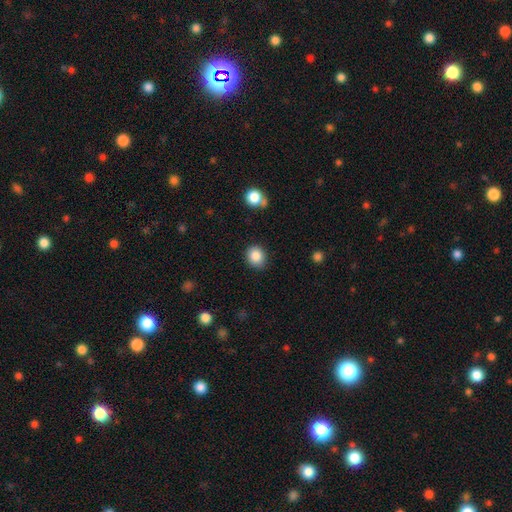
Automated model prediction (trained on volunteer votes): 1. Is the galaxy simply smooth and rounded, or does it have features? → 87% smooth, 9% star or artifact, 4% featured or disk.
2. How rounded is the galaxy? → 74% round, 25% in between, 1% cigar-shaped.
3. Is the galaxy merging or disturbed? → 85% none, 10% minor disturbance, 3% major disturbance, 2% merger.